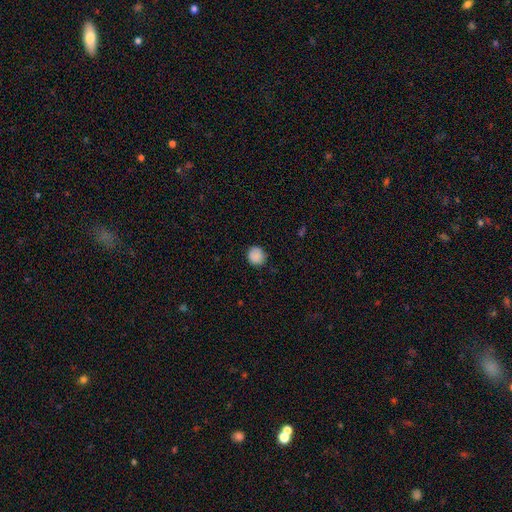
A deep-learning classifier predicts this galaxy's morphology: Overall: smooth (88%). How rounded: round (86%). Merging: none (82%).